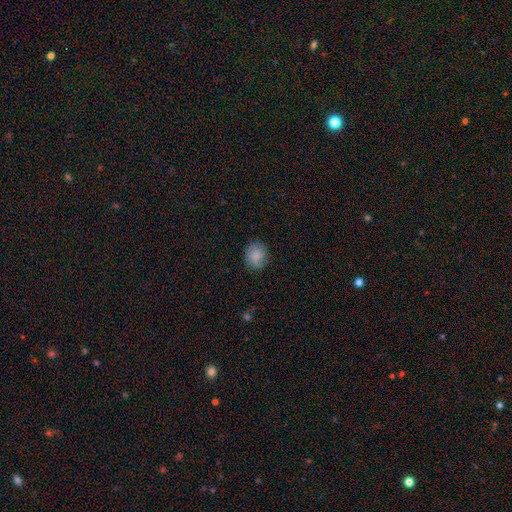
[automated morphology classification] Q: Smooth or featured?
A: smooth (84%); runner-up: star or artifact (8%)
Q: How rounded?
A: round (74%); runner-up: in between (25%)
Q: Merging?
A: none (81%); runner-up: minor disturbance (15%)